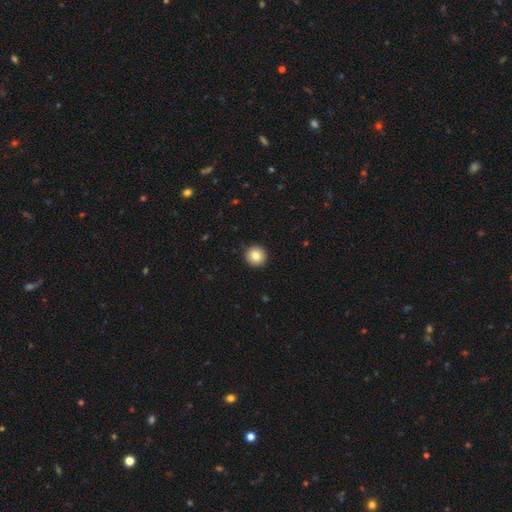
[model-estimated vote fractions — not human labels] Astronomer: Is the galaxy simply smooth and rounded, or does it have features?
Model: smooth — 82%.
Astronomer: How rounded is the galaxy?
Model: round — 96%.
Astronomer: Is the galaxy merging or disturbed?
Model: none — 93%.